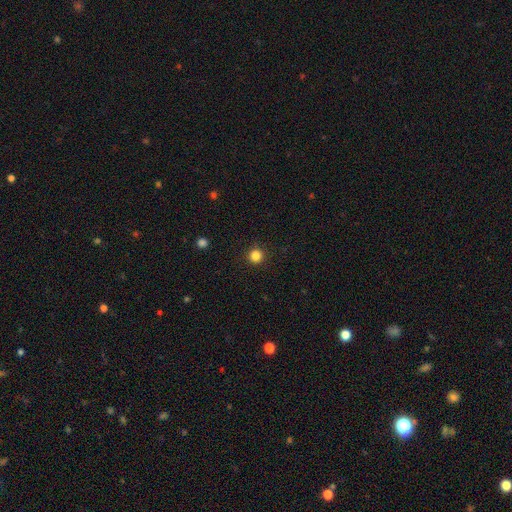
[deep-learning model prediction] A smooth galaxy with no disk features (84%) that is round (95%).

Vote fractions:
- Smooth or featured? smooth: 84% / star or artifact: 12% / featured or disk: 4%
- How rounded? round: 95% / in between: 4% / cigar-shaped: 1%
- Merging? none: 92% / minor disturbance: 5% / major disturbance: 2% / merger: 1%